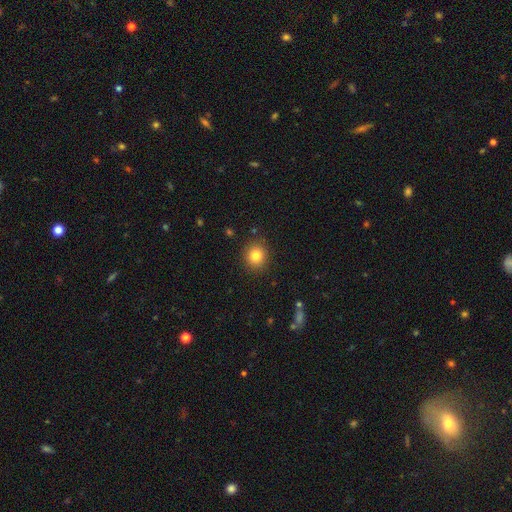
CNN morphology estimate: This appears to be a smooth galaxy with no disk features (82%) that is round (83%). Merging: none (89%).